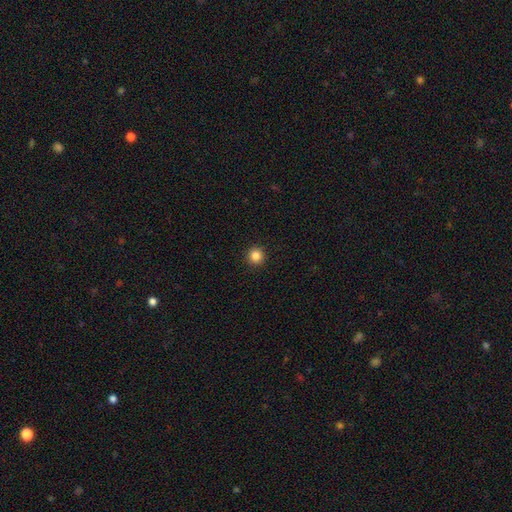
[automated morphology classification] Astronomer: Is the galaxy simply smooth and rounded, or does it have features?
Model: smooth — 85%.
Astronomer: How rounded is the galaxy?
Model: round — 96%.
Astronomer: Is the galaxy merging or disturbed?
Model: none — 94%.